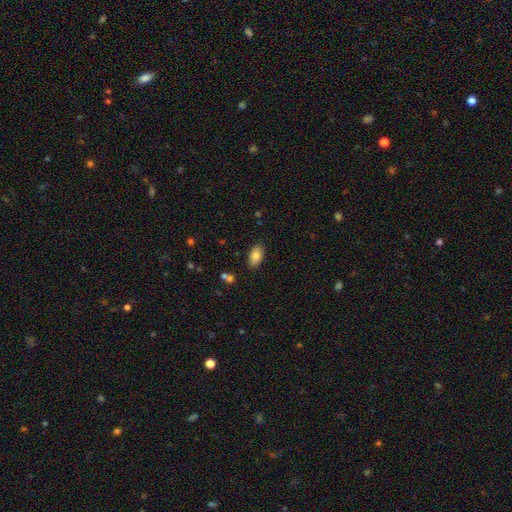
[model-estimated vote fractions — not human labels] Q: Smooth or featured?
A: smooth (81%); runner-up: featured or disk (12%)
Q: How rounded?
A: in between (93%); runner-up: round (4%)
Q: Merging?
A: none (83%); runner-up: minor disturbance (12%)